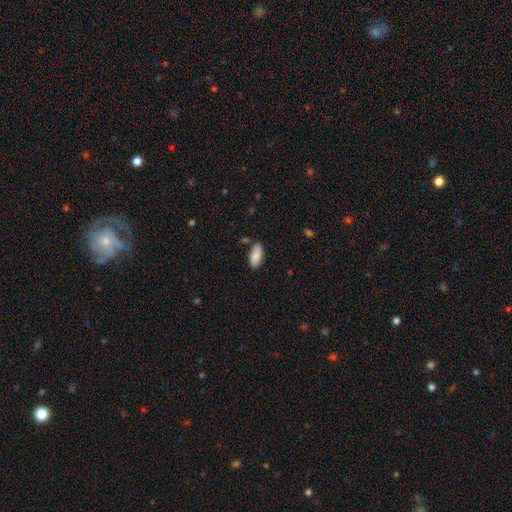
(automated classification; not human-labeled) Smooth or featured?
  - smooth: 86% *
  - featured or disk: 7%
  - star or artifact: 6%
How rounded?
  - in between: 87% *
  - cigar-shaped: 11%
  - round: 2%
Merging?
  - none: 81% *
  - minor disturbance: 13%
  - merger: 3%
  - major disturbance: 3%